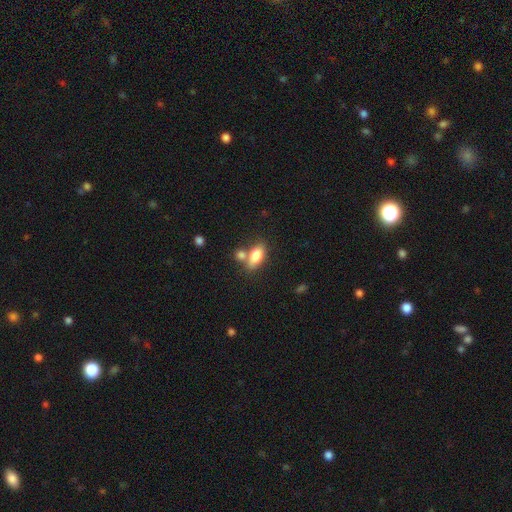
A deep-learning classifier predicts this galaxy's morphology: A smooth galaxy with no disk features (78%) that is in between round and cigar-shaped (83%).

Vote fractions:
- Smooth or featured? smooth: 78% / featured or disk: 14% / star or artifact: 8%
- How rounded? in between: 83% / cigar-shaped: 9% / round: 7%
- Merging? none: 49% / merger: 34% / minor disturbance: 12% / major disturbance: 5%